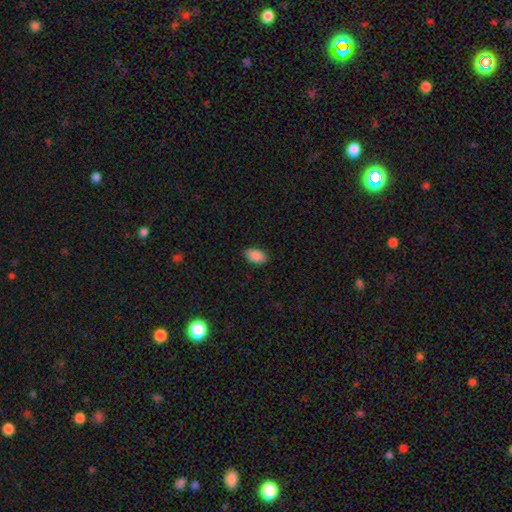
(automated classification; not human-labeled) This is clearly a smooth galaxy (88%). How rounded: clearly in between (94%). Merging: clearly none (89%).